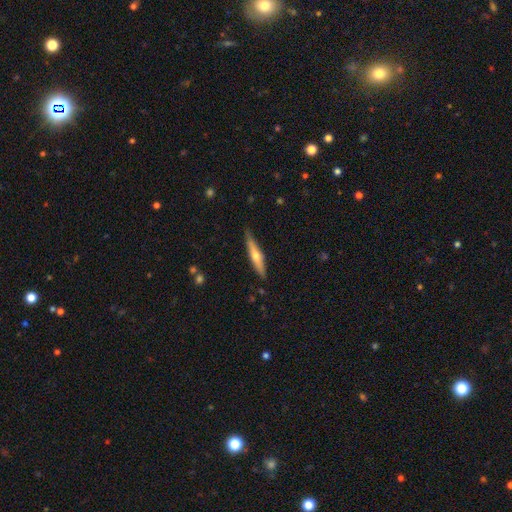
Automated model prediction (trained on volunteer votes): smooth-or-featured: featured or disk: 55% | smooth: 39% | star or artifact: 6%
  disk-edge-on: yes: 92% | no: 8%
    edge-on-bulge: rounded: 85% | none: 11% | boxy: 4%
  merging: none: 82% | minor disturbance: 14% | major disturbance: 2% | merger: 1%